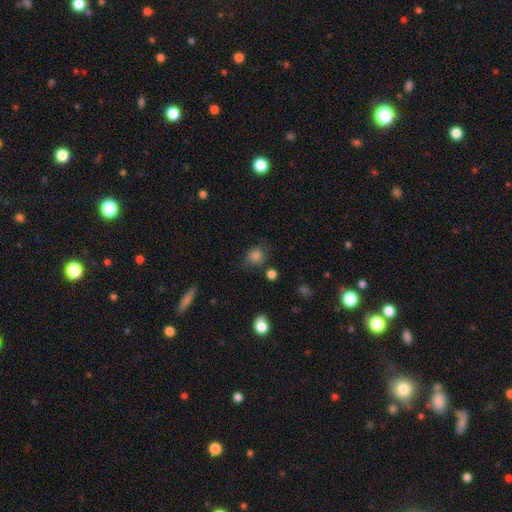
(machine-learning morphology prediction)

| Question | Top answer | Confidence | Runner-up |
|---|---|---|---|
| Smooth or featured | smooth | 82% | star or artifact (11%) |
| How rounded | round | 72% | in between (27%) |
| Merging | none | 69% | minor disturbance (21%) |